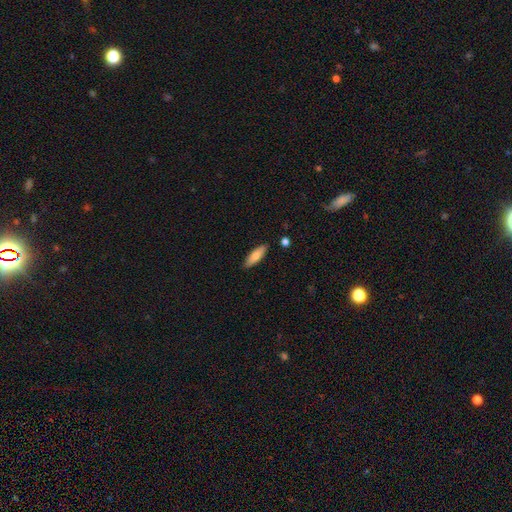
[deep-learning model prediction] Morphology: type=smooth (75%); roundness=cigar-shaped (50%); merging=none (88%).